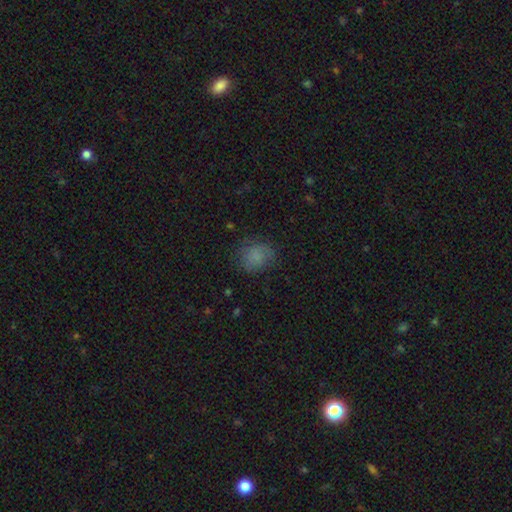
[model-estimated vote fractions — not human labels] This appears to be a smooth galaxy with no disk features (80%) that is round (69%). Merging: none (73%).